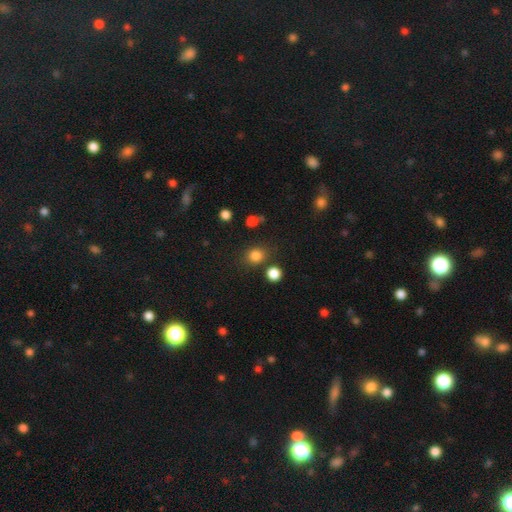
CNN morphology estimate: A smooth galaxy with no disk features (83%) that is round (75%).

Vote fractions:
- Smooth or featured? smooth: 83% / star or artifact: 13% / featured or disk: 5%
- How rounded? round: 75% / in between: 24% / cigar-shaped: 1%
- Merging? none: 79% / minor disturbance: 10% / merger: 7% / major disturbance: 4%